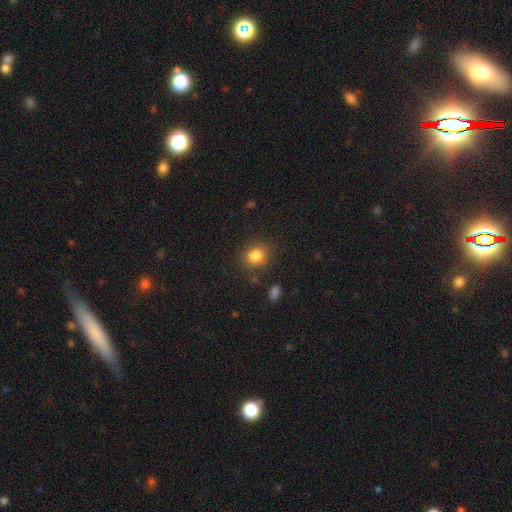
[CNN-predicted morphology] Smooth or featured? Predicted: smooth (p=0.83). How rounded? Predicted: round (p=0.72). Merging? Predicted: none (p=0.84).